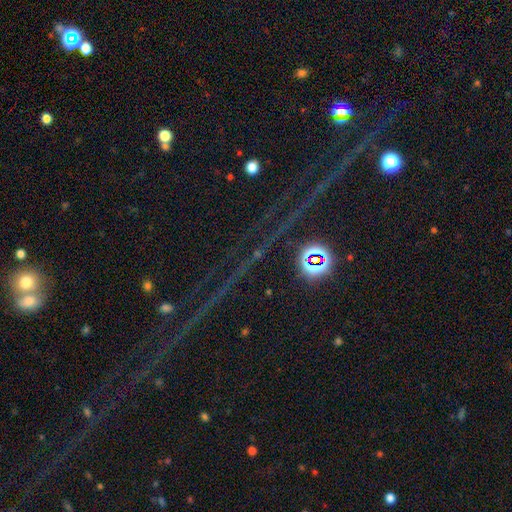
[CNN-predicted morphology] type=star or artifact (81%).